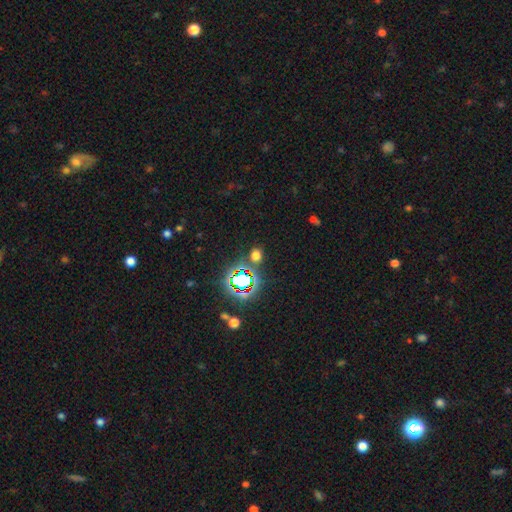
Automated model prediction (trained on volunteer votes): smooth-or-featured: smooth: 55% | star or artifact: 38% | featured or disk: 7%
  how-rounded: round: 65% | in between: 33% | cigar-shaped: 2%
  merging: none: 80% | minor disturbance: 9% | merger: 7% | major disturbance: 4%